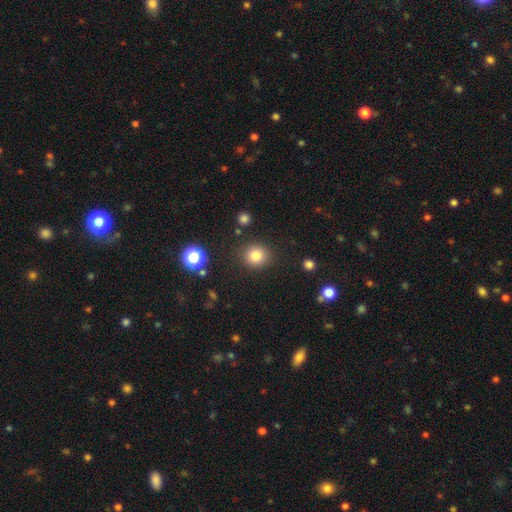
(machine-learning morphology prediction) Smooth or featured? Predicted: smooth (p=0.82). How rounded? Predicted: round (p=0.88). Merging? Predicted: none (p=0.88).